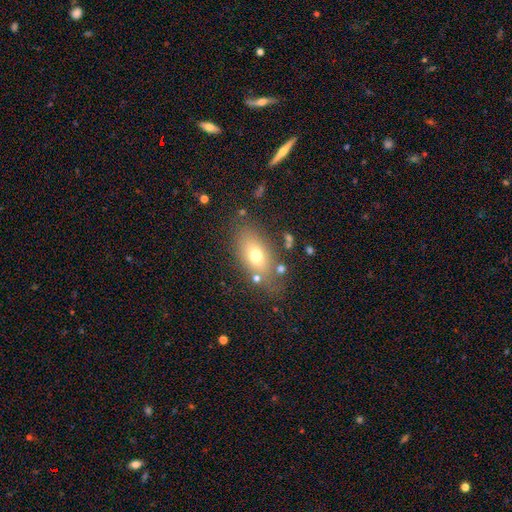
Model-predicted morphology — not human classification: The model was most divided on "smooth or featured": smooth: 68%, featured or disk: 21%, star or artifact: 11%. More confident: how rounded — in between (84%); merging — none (70%).